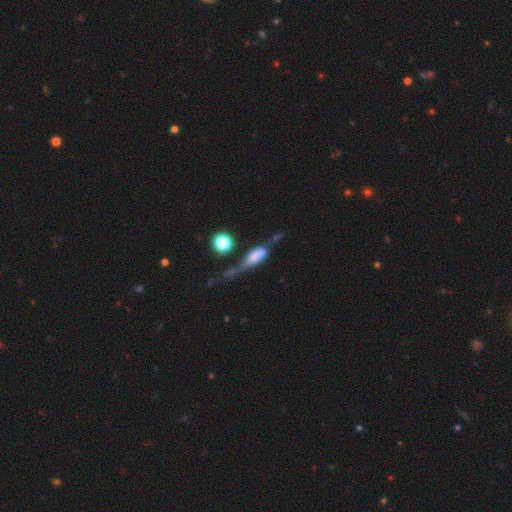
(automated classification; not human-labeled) smooth_or_featured: featured or disk (p=0.46) [alt: smooth p=0.43]
merging: major disturbance (p=0.35) [alt: none p=0.24]